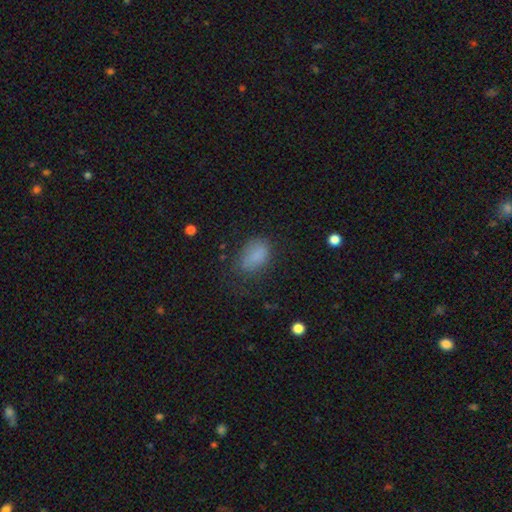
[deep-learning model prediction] Overall: smooth (82%). How rounded: in between (87%). Merging: none (59%; minor disturbance 26%).